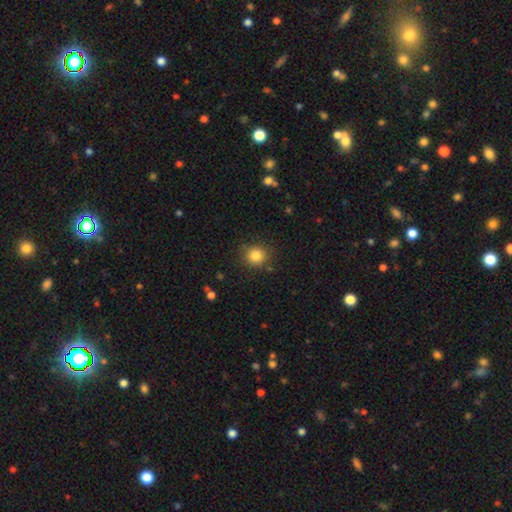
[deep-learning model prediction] Smooth or featured? smooth (84%)
How rounded? round (87%)
Merging? none (85%)